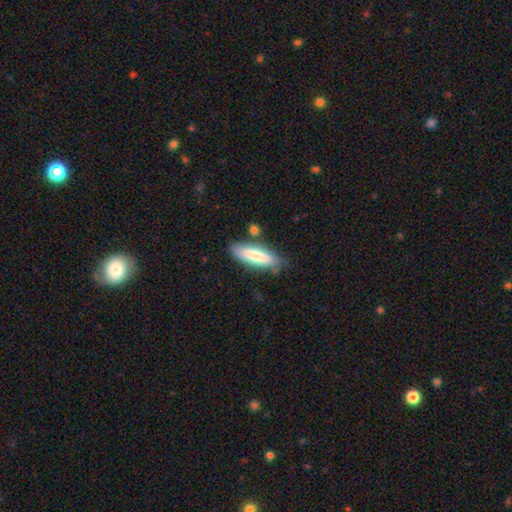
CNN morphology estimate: Overall: smooth (75%). How rounded: cigar-shaped (51%; in between 47%). Merging: none (77%).